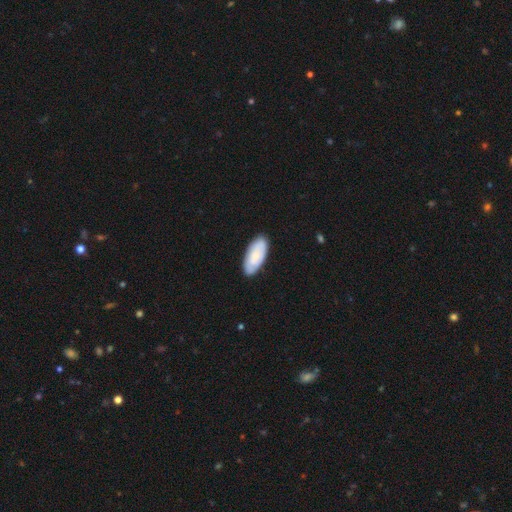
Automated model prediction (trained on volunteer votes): This appears to be a smooth galaxy with no disk features (63%) that is in between round and cigar-shaped (90%). Merging: none (85%).